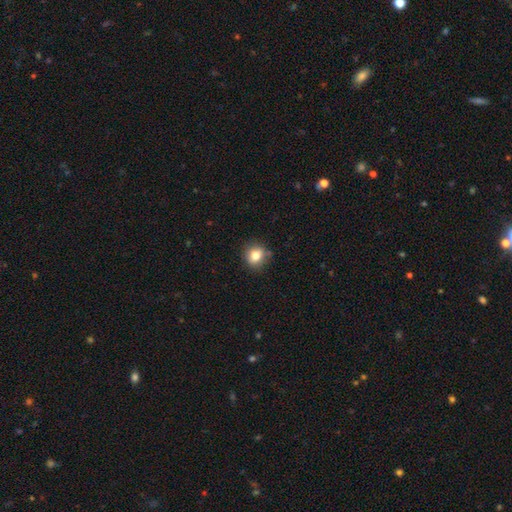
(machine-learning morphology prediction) This is clearly a smooth galaxy (81%). How rounded: clearly round (81%). Merging: clearly none (82%).